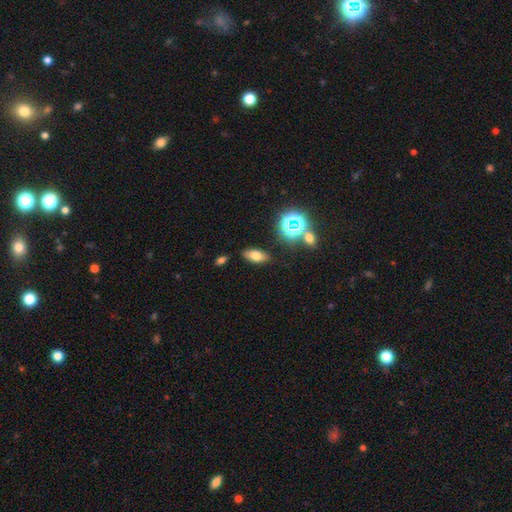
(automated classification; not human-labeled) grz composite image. It shows a smooth galaxy with no disk features (68%) that is in between round and cigar-shaped (83%). Merging: none (85%).